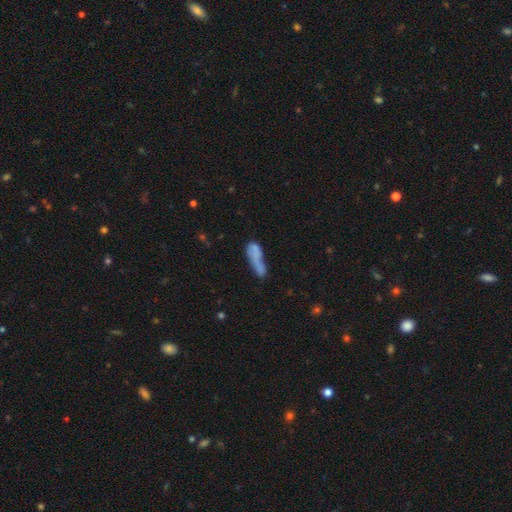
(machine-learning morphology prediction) smooth 60%, featured or disk 28%, star or artifact 12%. Down the decision tree: how rounded — cigar-shaped (54%); merging — merger (32%).